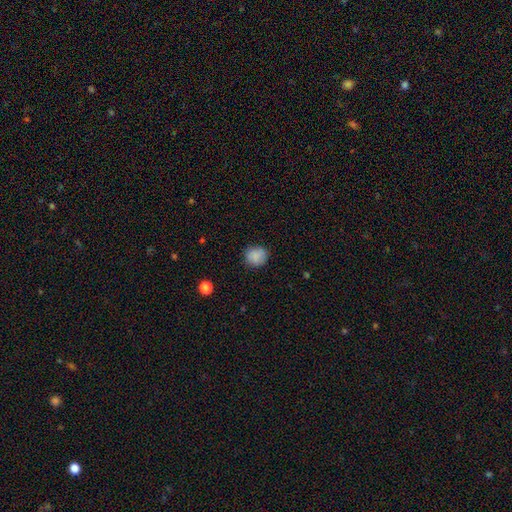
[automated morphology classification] The model was most divided on "how rounded": round: 80%, in between: 19%, cigar-shaped: 1%. More confident: smooth or featured — smooth (86%); merging — none (84%).